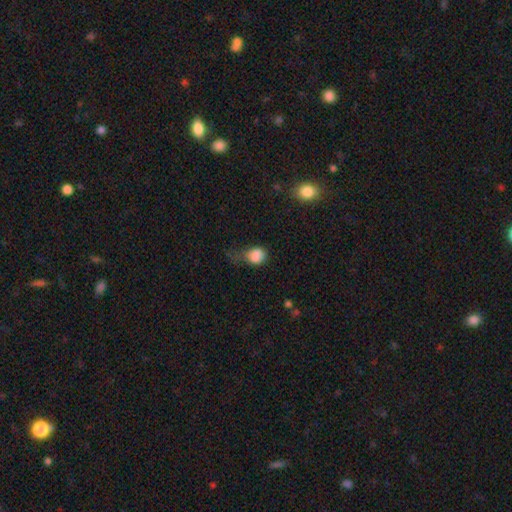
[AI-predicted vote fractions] Smooth or featured?
  - smooth: 81% *
  - star or artifact: 11%
  - featured or disk: 9%
How rounded?
  - round: 53% *
  - in between: 45%
  - cigar-shaped: 2%
Merging?
  - major disturbance: 37% *
  - minor disturbance: 31%
  - none: 25%
  - merger: 7%